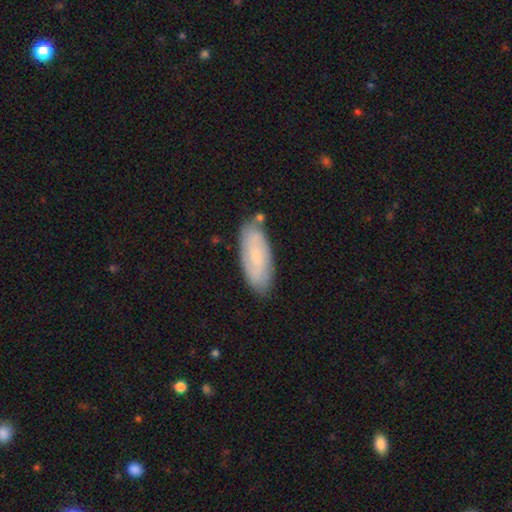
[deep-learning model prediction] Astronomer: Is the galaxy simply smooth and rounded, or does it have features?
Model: smooth — 50% (runner-up: featured or disk, 43%).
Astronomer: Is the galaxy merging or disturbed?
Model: none — 78%.